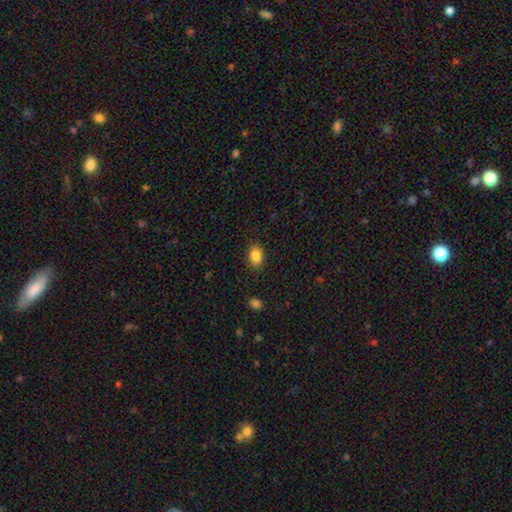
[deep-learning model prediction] This is clearly a smooth galaxy (86%). How rounded: clearly in between (83%). Merging: clearly none (88%).